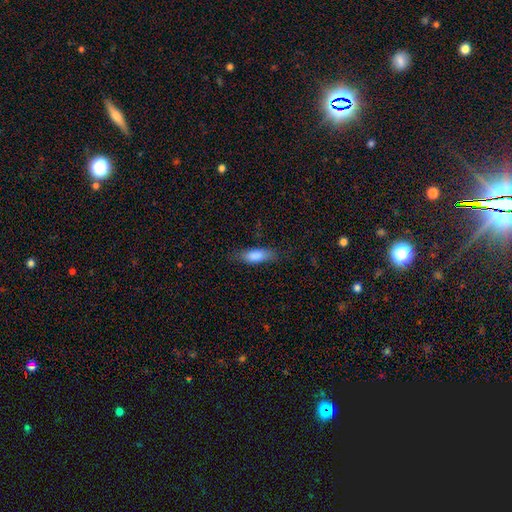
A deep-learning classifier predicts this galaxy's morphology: smooth-or-featured: smooth: 83% | featured or disk: 11% | star or artifact: 7%
  how-rounded: in between: 66% | cigar-shaped: 32% | round: 2%
  merging: none: 74% | minor disturbance: 19% | major disturbance: 6% | merger: 1%